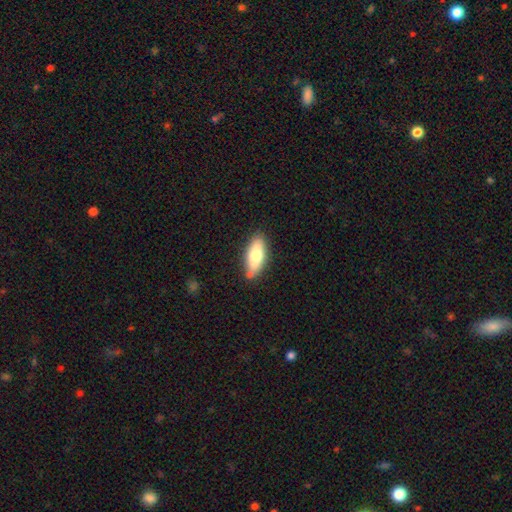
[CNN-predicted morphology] A smooth galaxy with no disk features (71%) that is in between round and cigar-shaped (72%). Merging: none (78%).